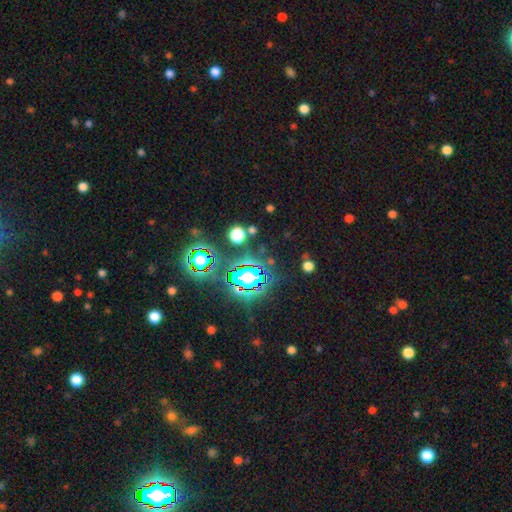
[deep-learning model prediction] smooth_or_featured: star or artifact (p=0.81) [alt: smooth p=0.12]